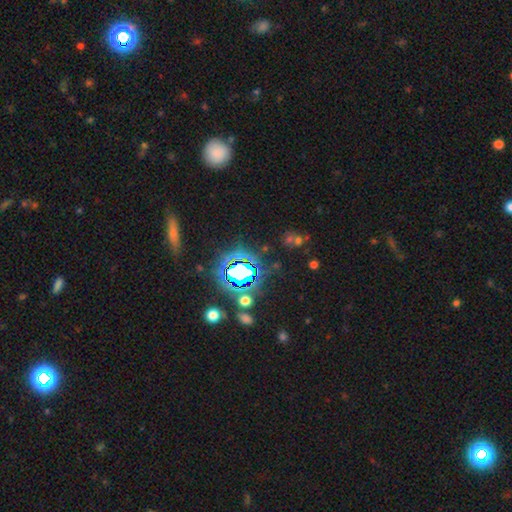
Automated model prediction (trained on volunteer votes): Smooth or featured? Predicted: star or artifact (p=0.74).